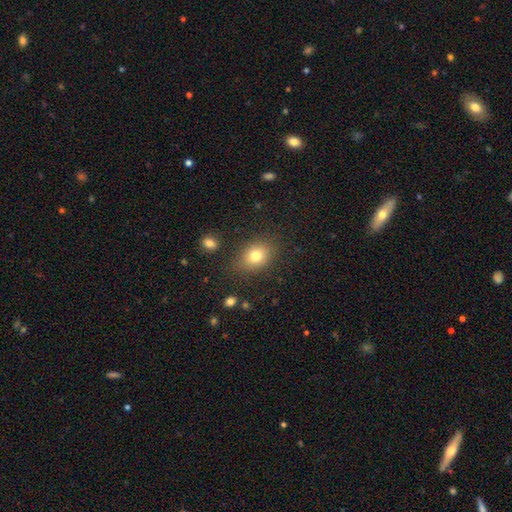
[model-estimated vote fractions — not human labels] Morphology: type=smooth (78%); roundness=in between (59%); merging=none (81%).